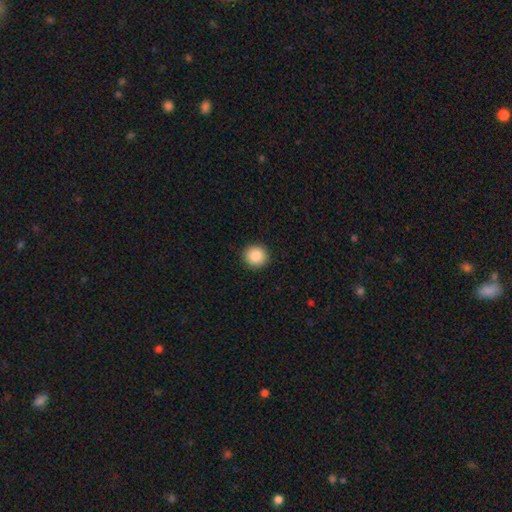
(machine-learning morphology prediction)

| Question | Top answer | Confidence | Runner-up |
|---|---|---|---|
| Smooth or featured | smooth | 87% | star or artifact (8%) |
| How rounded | round | 93% | in between (6%) |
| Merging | none | 92% | minor disturbance (5%) |